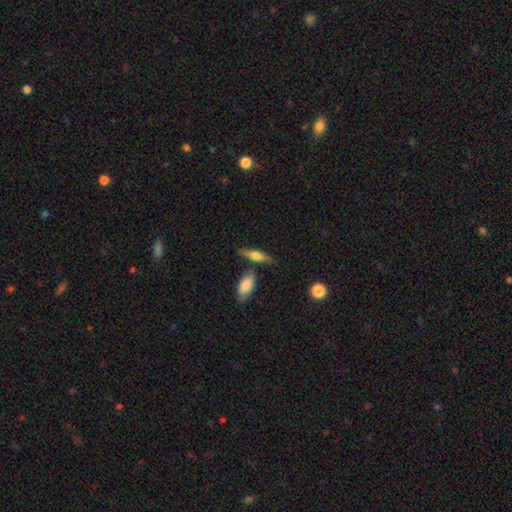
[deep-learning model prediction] The model was most divided on "smooth or featured": smooth: 48%, featured or disk: 45%, star or artifact: 7%. More confident: merging — none (72%).